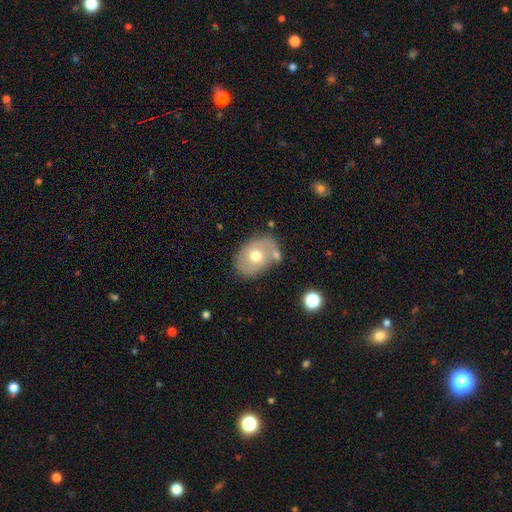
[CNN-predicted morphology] smooth_or_featured: smooth (p=0.50) [alt: featured or disk p=0.43]
merging: none (p=0.63) [alt: minor disturbance p=0.19]